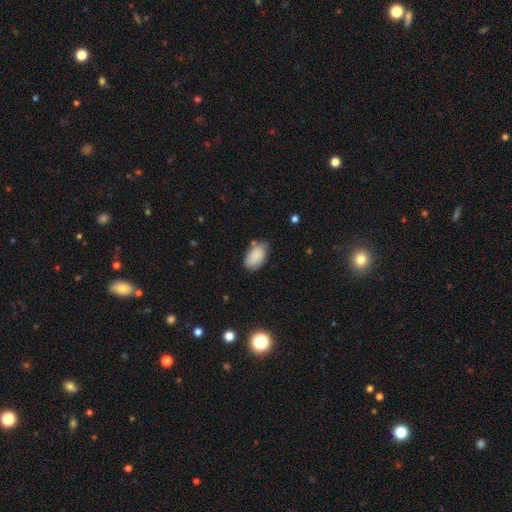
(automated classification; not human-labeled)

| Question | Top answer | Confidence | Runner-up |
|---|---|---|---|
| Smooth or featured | smooth | 87% | star or artifact (7%) |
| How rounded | in between | 92% | round (6%) |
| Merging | none | 64% | minor disturbance (25%) |